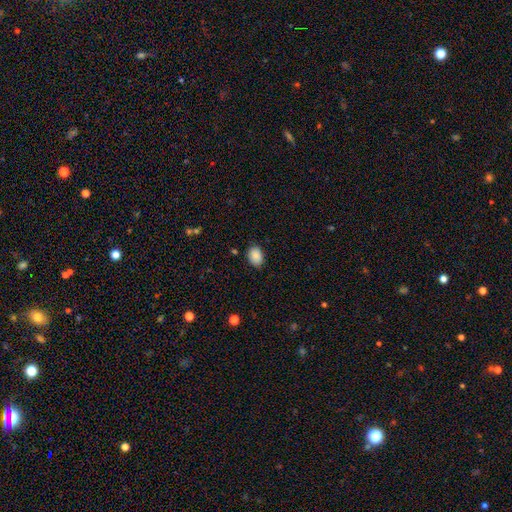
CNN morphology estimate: Smooth or featured? smooth (88%)
How rounded? in between (75%)
Merging? none (83%)